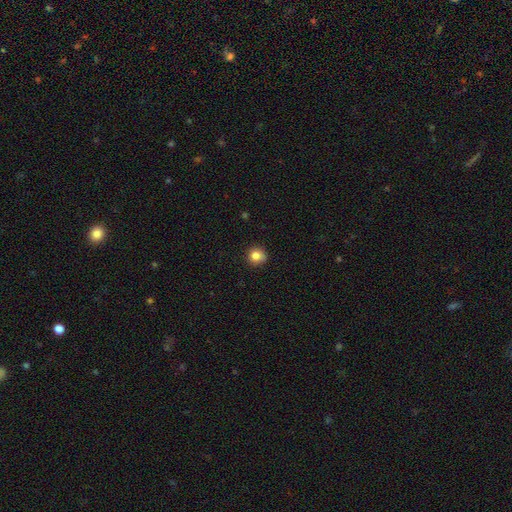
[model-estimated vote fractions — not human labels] Overall: smooth (82%). How rounded: round (89%). Merging: none (80%).